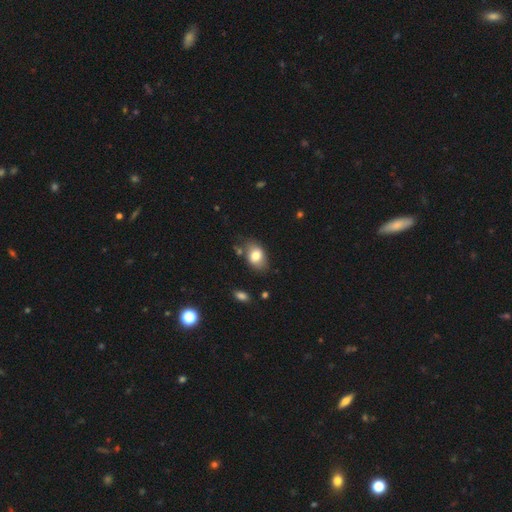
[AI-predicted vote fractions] Smooth or featured: smooth — 77% (featured or disk — 15%)
How rounded: in between — 82% (round — 17%)
Merging: none — 71% (minor disturbance — 20%)